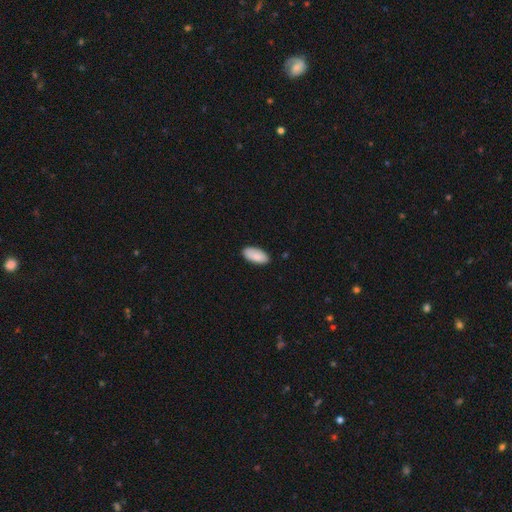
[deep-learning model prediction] smooth-or-featured: smooth: 86% | featured or disk: 8% | star or artifact: 6%
  how-rounded: in between: 93% | cigar-shaped: 5% | round: 2%
  merging: none: 85% | minor disturbance: 12% | major disturbance: 2% | merger: 1%